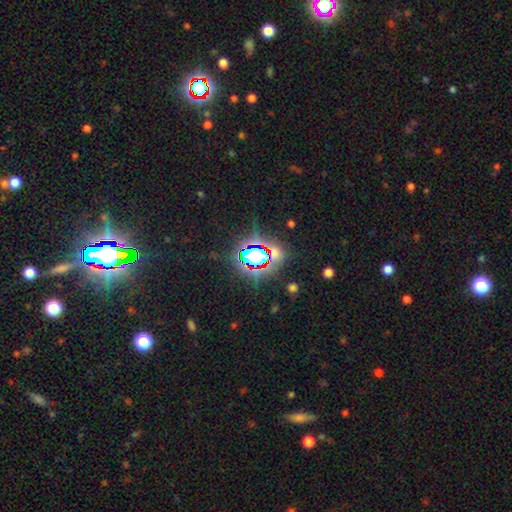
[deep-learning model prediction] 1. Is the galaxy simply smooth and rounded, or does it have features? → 73% star or artifact, 17% smooth, 10% featured or disk.